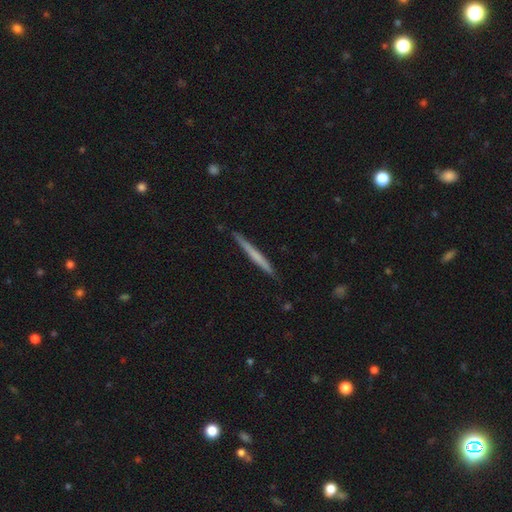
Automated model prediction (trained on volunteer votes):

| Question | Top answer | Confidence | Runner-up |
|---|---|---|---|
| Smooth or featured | smooth | 50% | featured or disk (45%) |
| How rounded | cigar-shaped | 97% | in between (2%) |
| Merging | none | 90% | minor disturbance (8%) |